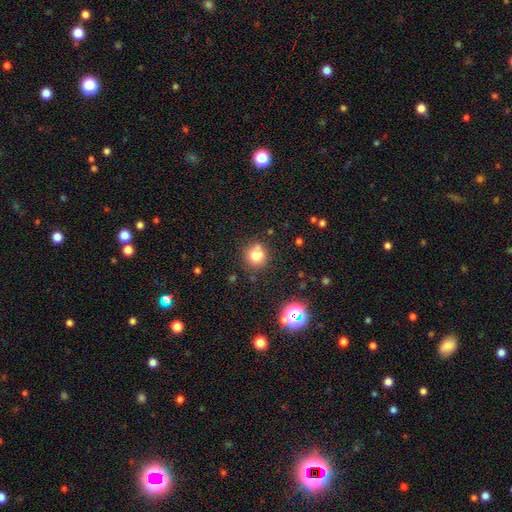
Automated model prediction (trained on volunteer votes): This is likely a smooth galaxy (76%). How rounded: clearly round (87%). Merging: likely none (65%).